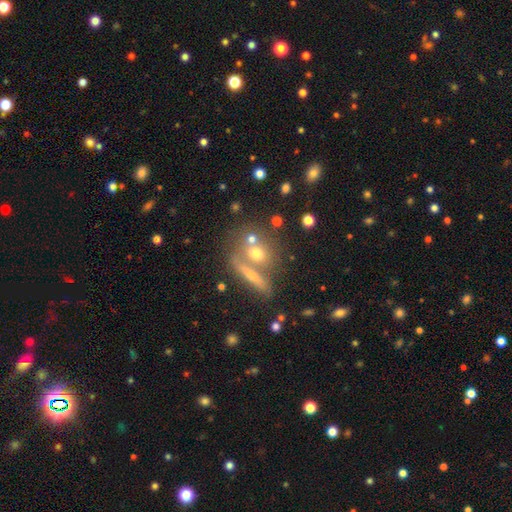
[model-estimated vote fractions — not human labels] Morphology: type=smooth (42%, tied with featured or disk); merging=none (48%).